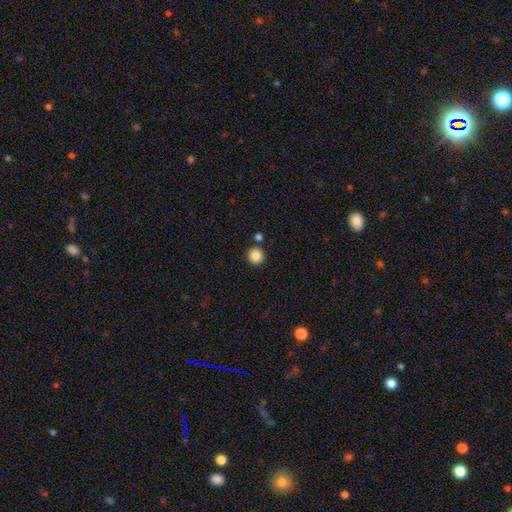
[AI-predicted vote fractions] Smooth or featured: smooth — 86% (star or artifact — 10%)
How rounded: round — 94% (in between — 5%)
Merging: none — 86% (merger — 6%)